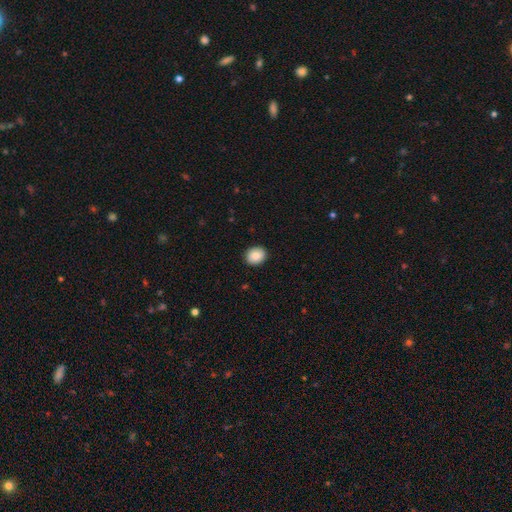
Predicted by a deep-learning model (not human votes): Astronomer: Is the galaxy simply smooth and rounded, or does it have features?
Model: smooth — 87%.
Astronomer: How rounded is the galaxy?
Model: round — 58% (runner-up: in between, 41%).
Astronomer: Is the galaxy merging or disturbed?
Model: none — 91%.